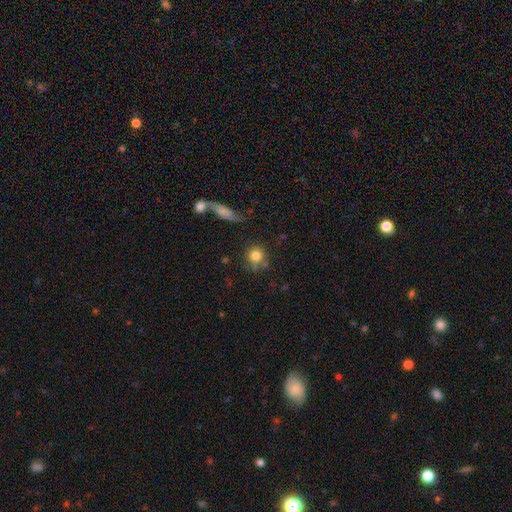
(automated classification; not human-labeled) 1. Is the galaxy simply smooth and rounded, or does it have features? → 80% smooth, 10% star or artifact, 10% featured or disk.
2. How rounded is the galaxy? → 90% round, 9% in between, 2% cigar-shaped.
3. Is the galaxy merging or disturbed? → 69% none, 14% minor disturbance, 12% merger, 5% major disturbance.